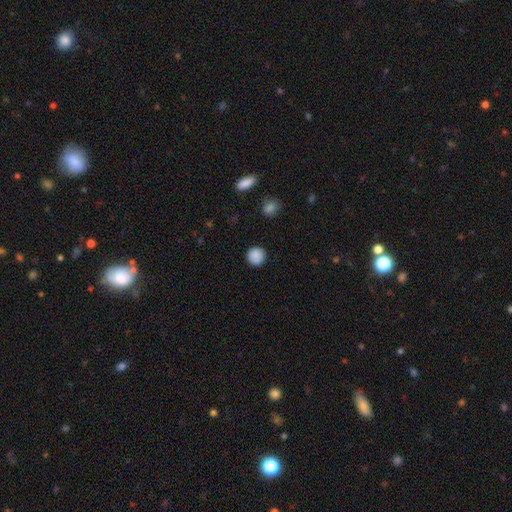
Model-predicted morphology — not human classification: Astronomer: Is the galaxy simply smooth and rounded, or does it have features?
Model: smooth — 88%.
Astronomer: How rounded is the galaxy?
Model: round — 95%.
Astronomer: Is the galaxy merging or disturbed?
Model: none — 91%.